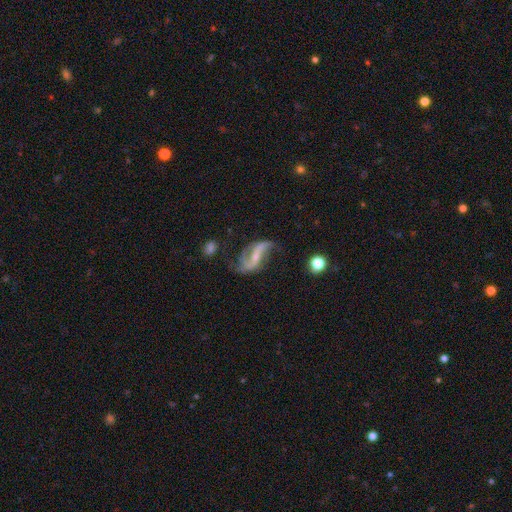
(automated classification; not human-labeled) A featured or disk galaxy (87%) with a strong bar (43%), 2 (90%) loose (83%) spiral arms (94%) and a small central bulge (67%).

Vote fractions:
- Smooth or featured? featured or disk: 87% / smooth: 7% / star or artifact: 6%
- Edge-on disk? no: 95% / yes: 5%
- Bar? strong: 43% / weak: 32% / no: 25%
- Spiral arms? yes: 94% / no: 6%
- Spiral winding? loose: 83% / medium: 13% / tight: 4%
- Spiral arm count? 2: 90% / 1: 4% / can't tell: 3% / 3: 2% / 4: 1% / more than 4: 1%
- Bulge size? small: 67% / moderate: 25% / none: 6% / large: 1% / dominant: 1%
- Merging? none: 56% / minor disturbance: 22% / major disturbance: 19% / merger: 4%